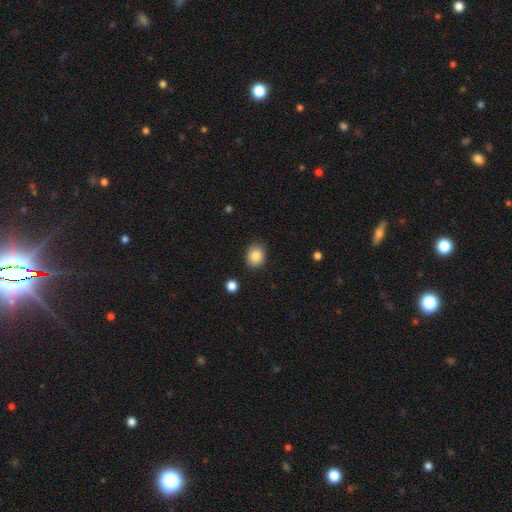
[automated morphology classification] Smooth or featured: smooth — 86% (star or artifact — 9%)
How rounded: round — 54% (in between — 46%)
Merging: none — 86% (minor disturbance — 10%)